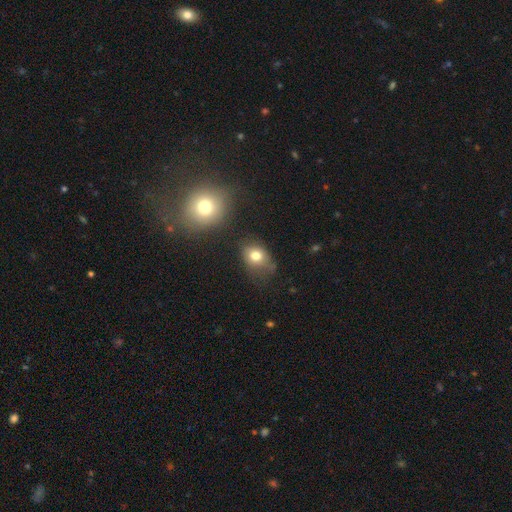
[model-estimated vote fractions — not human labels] This appears to be a smooth galaxy with no disk features (77%) that is in between round and cigar-shaped (58%). Merging: none (58%).